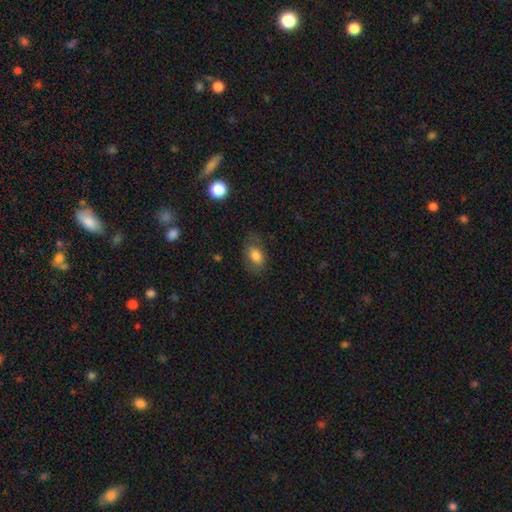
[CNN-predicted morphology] type=smooth (79%); roundness=in between (84%); merging=none (65%).